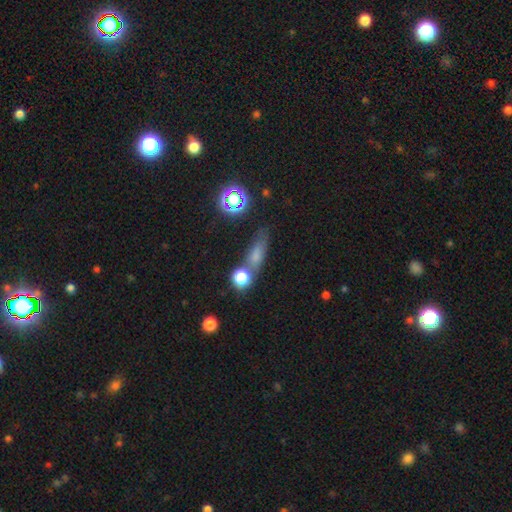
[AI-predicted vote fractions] Smooth or featured? smooth (62%)
How rounded? cigar-shaped (43%)
Merging? none (58%)